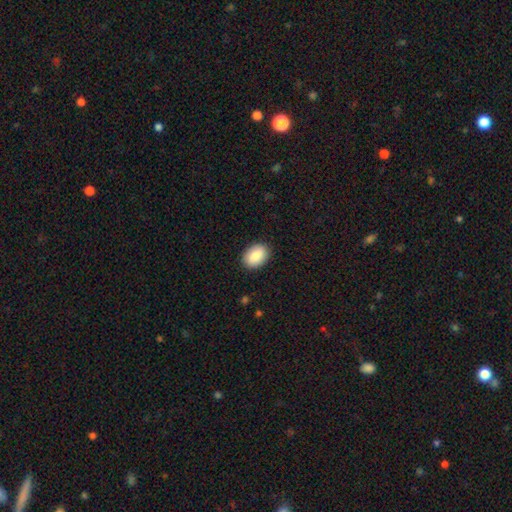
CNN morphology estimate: Smooth or featured: smooth — 87% (featured or disk — 7%)
How rounded: in between — 79% (round — 20%)
Merging: none — 89% (minor disturbance — 8%)